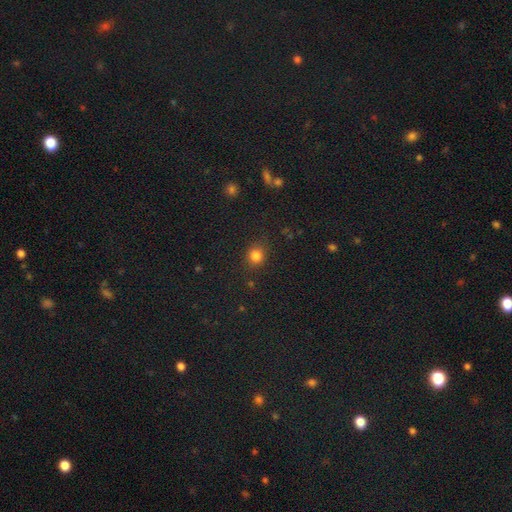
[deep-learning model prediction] This is clearly a smooth galaxy (81%). How rounded: likely round (80%). Merging: clearly none (83%).